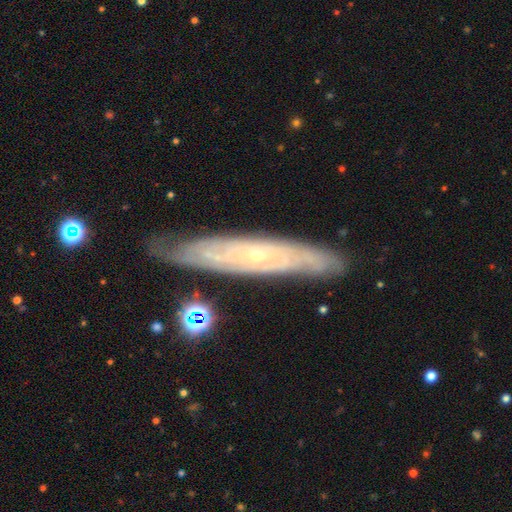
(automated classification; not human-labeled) Smooth or featured? featured or disk (80%)
Edge-on disk? no (61%)
Merging? none (79%)